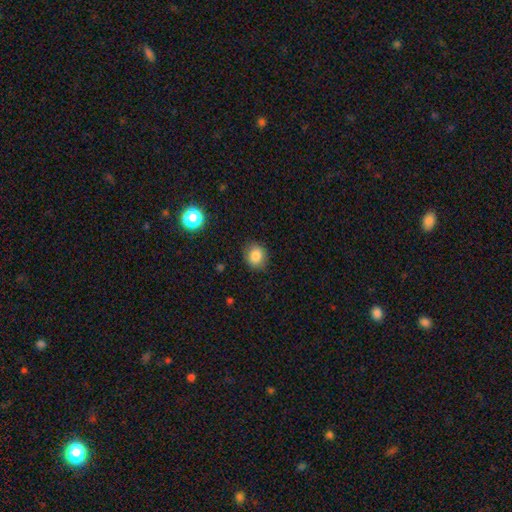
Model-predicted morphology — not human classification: type=smooth (84%); roundness=round (70%); merging=none (85%).